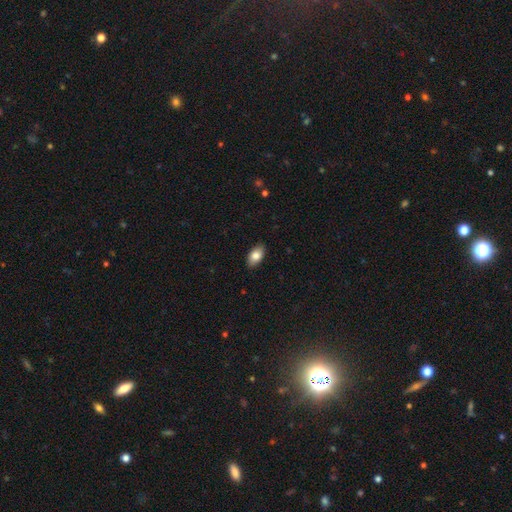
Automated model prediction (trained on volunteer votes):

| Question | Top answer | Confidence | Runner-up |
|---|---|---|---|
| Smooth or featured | smooth | 83% | featured or disk (10%) |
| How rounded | in between | 93% | round (4%) |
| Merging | none | 88% | minor disturbance (9%) |